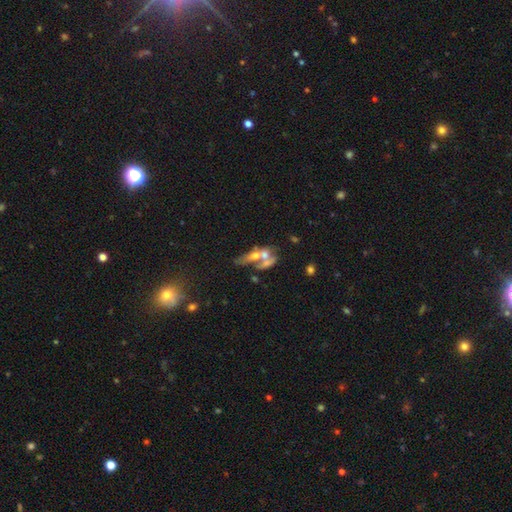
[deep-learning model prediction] smooth-or-featured: star or artifact: 43% | smooth: 33% | featured or disk: 24%